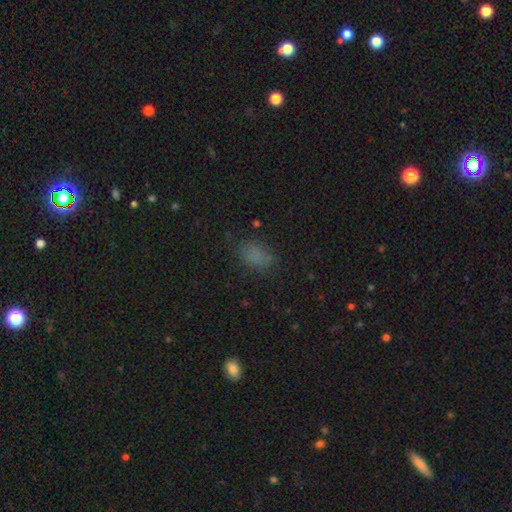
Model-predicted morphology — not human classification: Smooth or featured? smooth (77%)
How rounded? in between (82%)
Merging? none (74%)